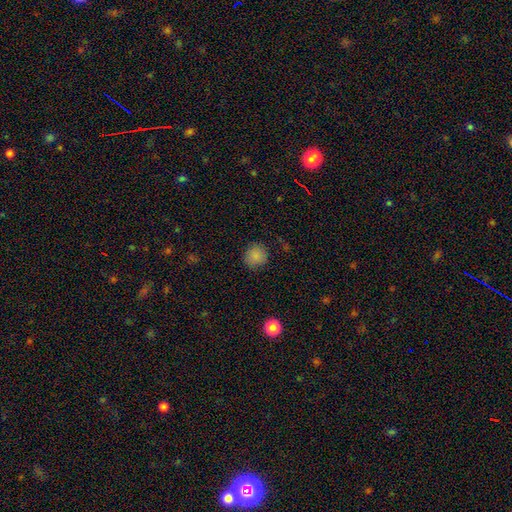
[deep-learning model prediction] smooth-or-featured: smooth: 84% | star or artifact: 11% | featured or disk: 5%
  how-rounded: round: 91% | in between: 8% | cigar-shaped: 1%
  merging: none: 85% | minor disturbance: 11% | major disturbance: 3% | merger: 1%